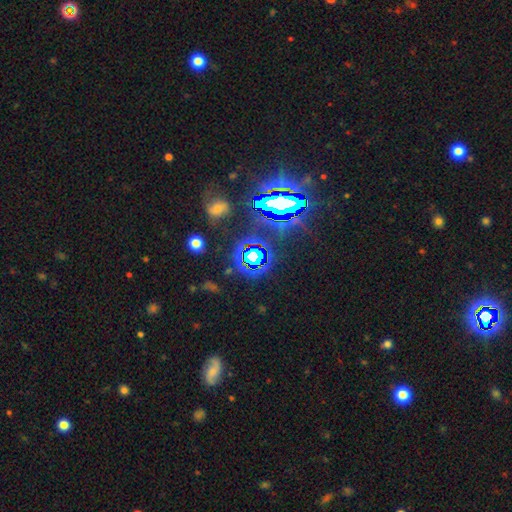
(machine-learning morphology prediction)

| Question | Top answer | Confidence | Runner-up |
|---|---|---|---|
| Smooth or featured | star or artifact | 76% | smooth (13%) |